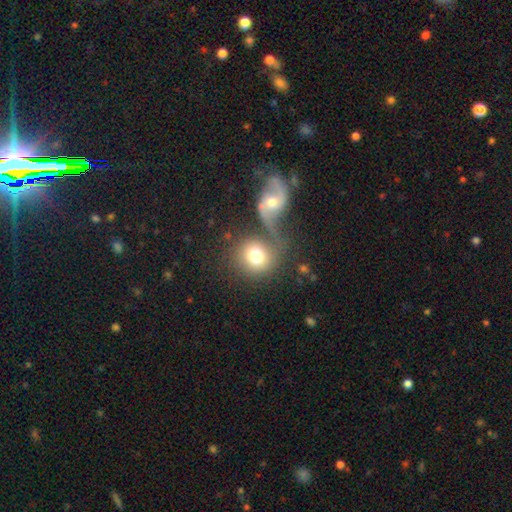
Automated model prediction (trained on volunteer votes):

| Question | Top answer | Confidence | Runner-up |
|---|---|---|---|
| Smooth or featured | smooth | 70% | featured or disk (21%) |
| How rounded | round | 84% | in between (14%) |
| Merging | none | 47% | merger (36%) |